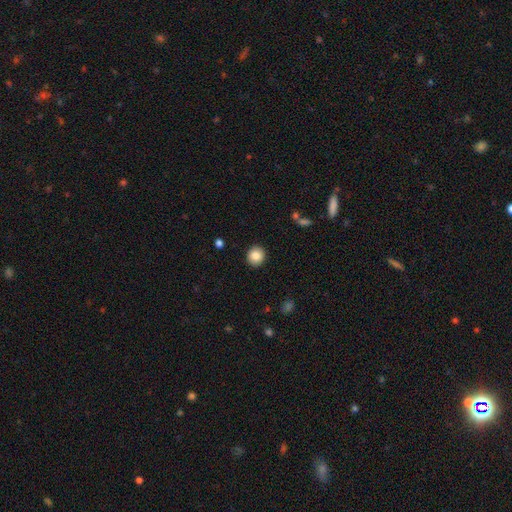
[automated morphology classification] smooth_or_featured: smooth (p=0.86) [alt: star or artifact p=0.09]
how_rounded: round (p=0.90) [alt: in between p=0.09]
merging: none (p=0.92) [alt: minor disturbance p=0.05]